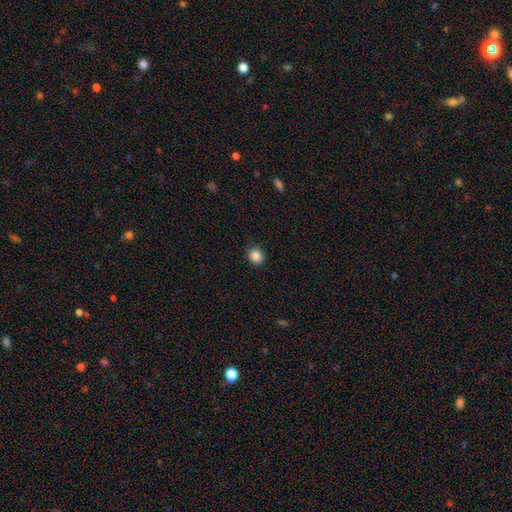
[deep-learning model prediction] A smooth galaxy with no disk features (87%) that is round (73%). Merging: none (88%).